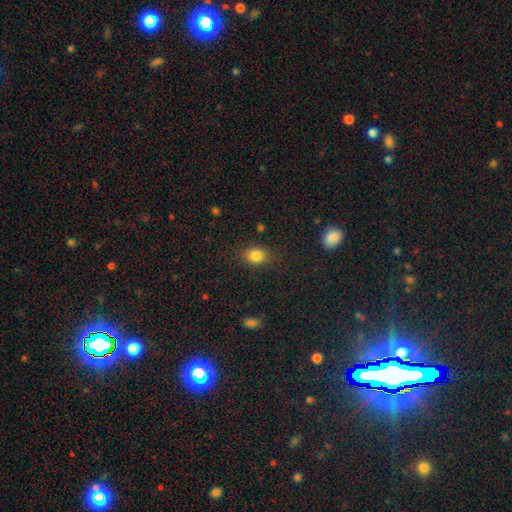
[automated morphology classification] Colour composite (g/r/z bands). It shows a smooth galaxy with no disk features (83%) that is in between round and cigar-shaped (57%). Merging: none (82%).